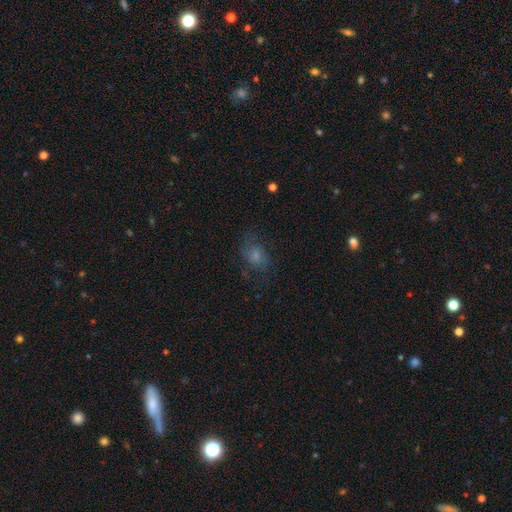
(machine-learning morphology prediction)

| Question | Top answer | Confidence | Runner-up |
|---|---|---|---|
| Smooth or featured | smooth | 56% | featured or disk (28%) |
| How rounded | in between | 67% | round (32%) |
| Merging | none | 60% | minor disturbance (21%) |